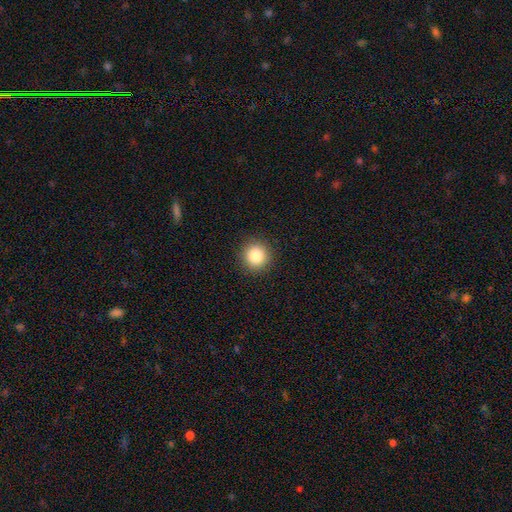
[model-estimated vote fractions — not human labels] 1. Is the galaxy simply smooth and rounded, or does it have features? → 85% smooth, 10% star or artifact, 5% featured or disk.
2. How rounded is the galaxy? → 91% round, 8% in between, 1% cigar-shaped.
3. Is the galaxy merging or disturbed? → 91% none, 6% minor disturbance, 2% major disturbance, 1% merger.